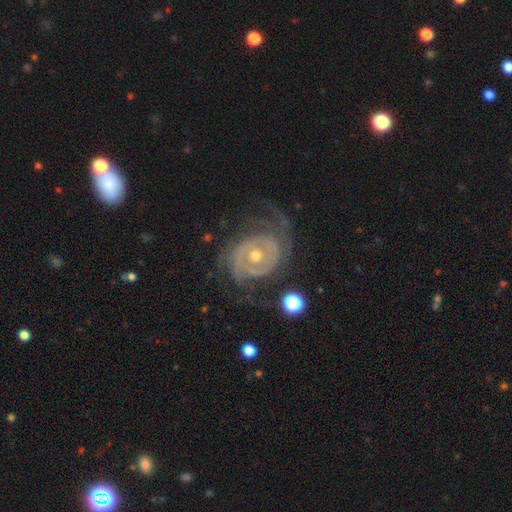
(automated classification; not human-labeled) Smooth or featured: featured or disk — 88% (smooth — 7%)
Edge-on disk: no — 97% (yes — 3%)
Bar: no — 72% (weak — 21%)
Spiral arms: yes — 92% (no — 8%)
Spiral winding: tight — 58% (medium — 30%)
Spiral arm count: 2 — 45% (can't tell — 22%)
Bulge size: moderate — 57% (small — 40%)
Merging: none — 59% (minor disturbance — 20%)